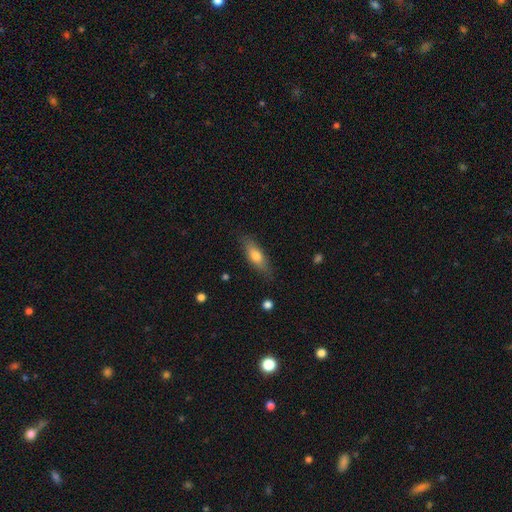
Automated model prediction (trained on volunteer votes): Smooth or featured?
  - smooth: 71% *
  - featured or disk: 23%
  - star or artifact: 6%
How rounded?
  - in between: 57% *
  - cigar-shaped: 41%
  - round: 3%
Merging?
  - none: 81% *
  - minor disturbance: 14%
  - major disturbance: 3%
  - merger: 1%